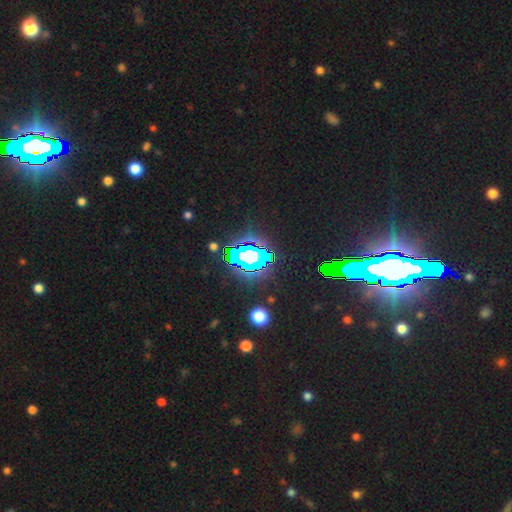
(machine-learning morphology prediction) Overall: star or artifact (81%).